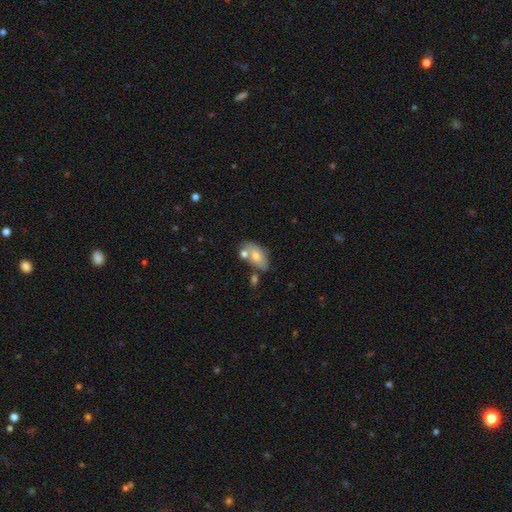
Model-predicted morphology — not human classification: This is likely a smooth galaxy (64%). How rounded: clearly in between (89%). Merging: possibly none (47%).